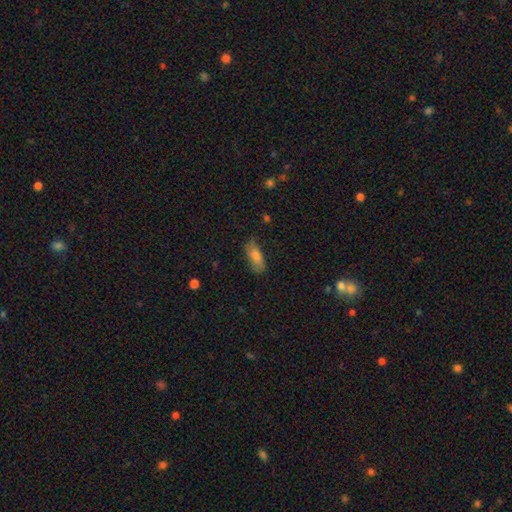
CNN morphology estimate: Smooth or featured?
  - smooth: 75% *
  - featured or disk: 16%
  - star or artifact: 9%
How rounded?
  - in between: 72% *
  - cigar-shaped: 25%
  - round: 3%
Merging?
  - none: 76% *
  - minor disturbance: 18%
  - major disturbance: 4%
  - merger: 2%